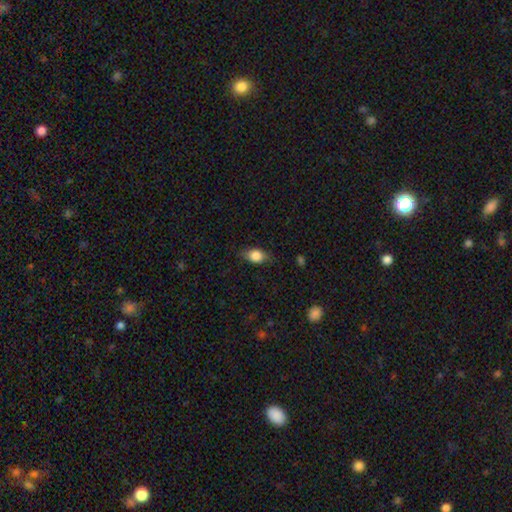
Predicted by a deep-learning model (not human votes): Morphology: type=smooth (81%); roundness=in between (78%); merging=none (76%).